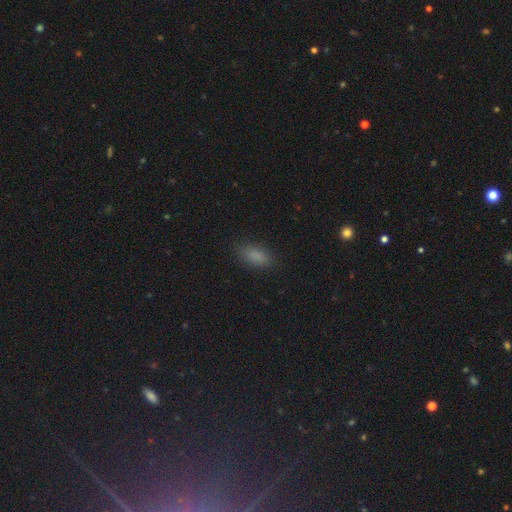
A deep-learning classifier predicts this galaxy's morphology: This is clearly a smooth galaxy (84%). How rounded: clearly in between (84%). Merging: clearly none (84%).